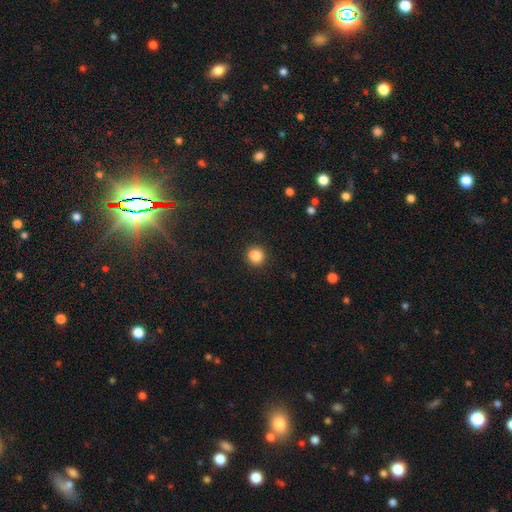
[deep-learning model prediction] A smooth galaxy with no disk features (87%) that is round (91%). Merging: none (92%).